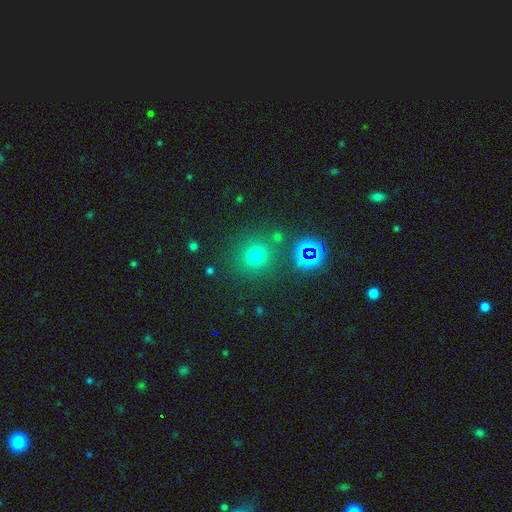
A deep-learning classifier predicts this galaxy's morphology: This is likely a smooth galaxy (68%). How rounded: clearly round (89%). Merging: clearly none (81%).